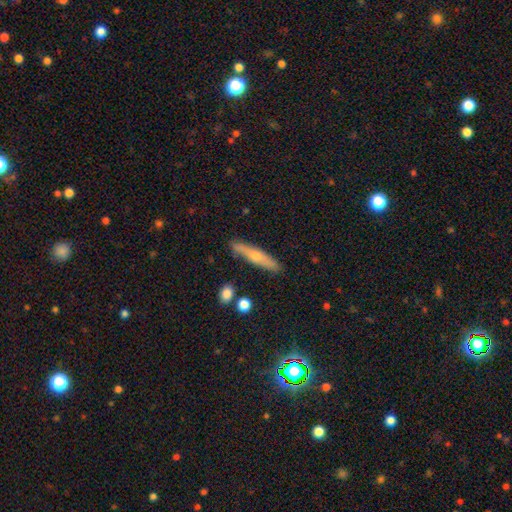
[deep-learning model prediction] Q: Smooth or featured?
A: smooth (47%); runner-up: featured or disk (46%)
Q: Merging?
A: none (85%); runner-up: minor disturbance (11%)